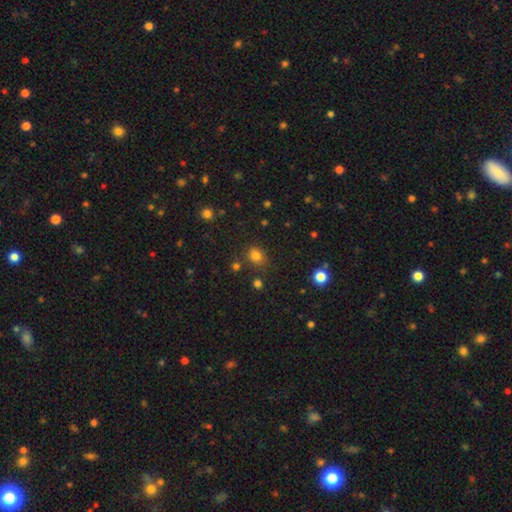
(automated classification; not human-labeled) Q: Smooth or featured?
A: smooth (79%); runner-up: star or artifact (15%)
Q: How rounded?
A: round (62%); runner-up: in between (37%)
Q: Merging?
A: none (77%); runner-up: minor disturbance (14%)